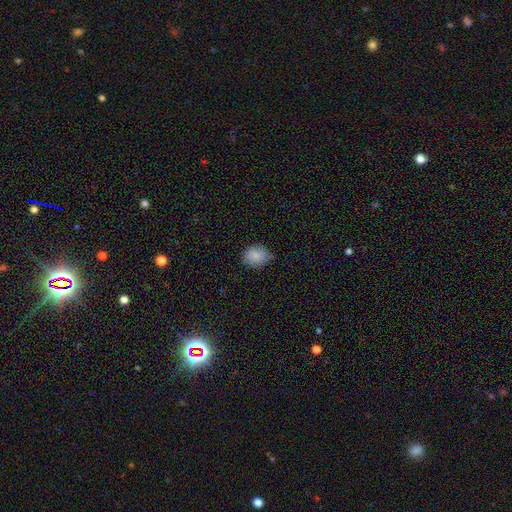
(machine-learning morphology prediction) Smooth or featured? Predicted: smooth (p=0.85). How rounded? Predicted: round (p=0.57). Merging? Predicted: none (p=0.72).